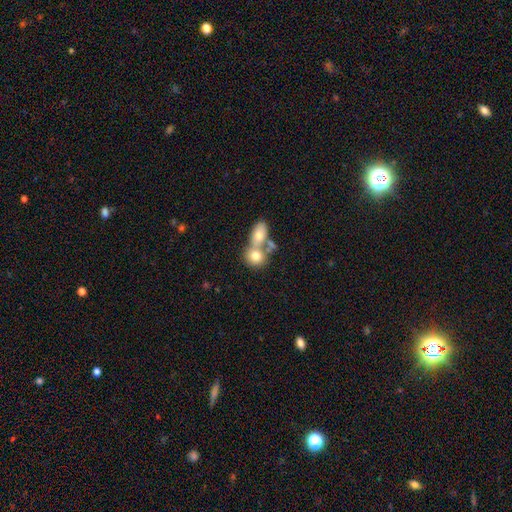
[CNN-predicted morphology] The model was most divided on "how rounded": round: 59%, in between: 39%, cigar-shaped: 2%. More confident: smooth or featured — smooth (71%); merging — merger (62%).